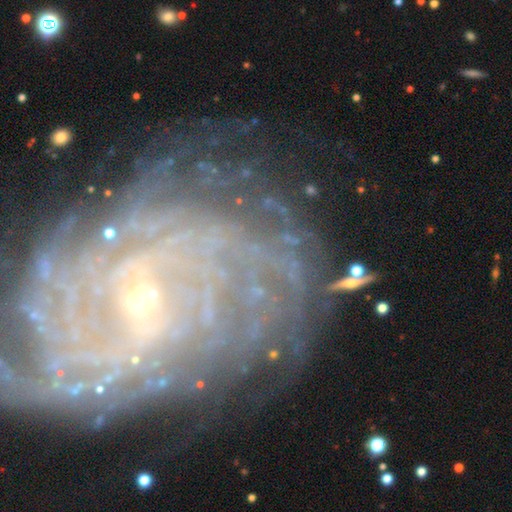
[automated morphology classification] Smooth or featured: featured or disk — 81% (star or artifact — 11%)
Edge-on disk: no — 96% (yes — 4%)
Bar: no — 54% (weak — 30%)
Spiral arms: yes — 88% (no — 12%)
Spiral winding: tight — 71% (medium — 21%)
Spiral arm count: can't tell — 38% (more than 4 — 26%)
Bulge size: small — 81% (moderate — 11%)
Merging: none — 68% (minor disturbance — 16%)